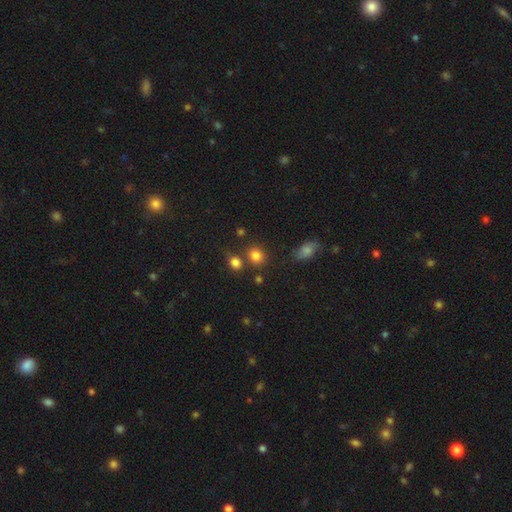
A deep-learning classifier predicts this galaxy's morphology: Smooth or featured: smooth — 82% (star or artifact — 12%)
How rounded: round — 71% (in between — 28%)
Merging: none — 71% (merger — 14%)